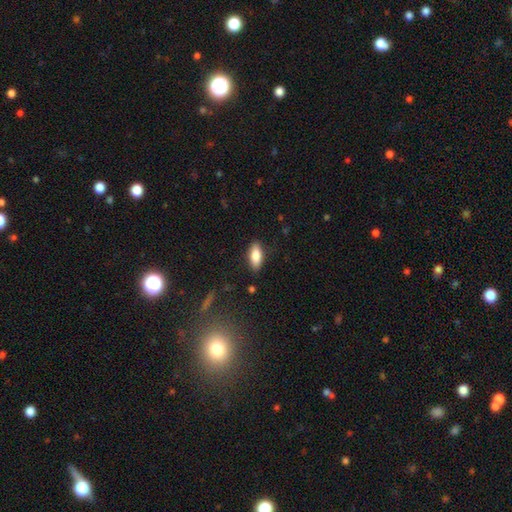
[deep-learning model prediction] The model was most divided on "how rounded": in between: 82%, cigar-shaped: 15%, round: 2%. More confident: merging — none (86%); smooth or featured — smooth (83%).